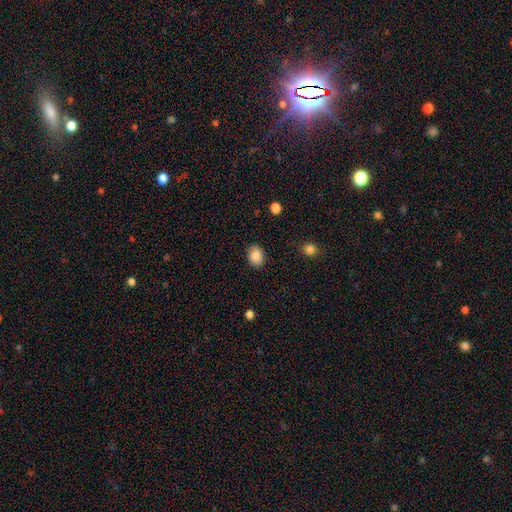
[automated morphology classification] Q: Smooth or featured?
A: smooth (86%); runner-up: star or artifact (8%)
Q: How rounded?
A: in between (66%); runner-up: round (33%)
Q: Merging?
A: none (88%); runner-up: minor disturbance (9%)